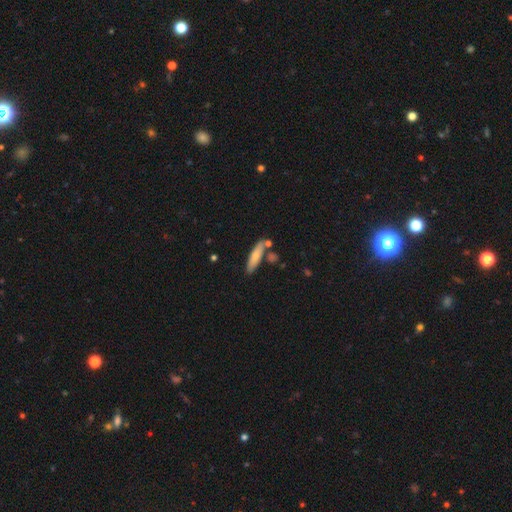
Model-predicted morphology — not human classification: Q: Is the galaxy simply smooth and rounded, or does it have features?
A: smooth — 72%.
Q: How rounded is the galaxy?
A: cigar-shaped — 74%.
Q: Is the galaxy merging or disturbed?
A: none — 74%.